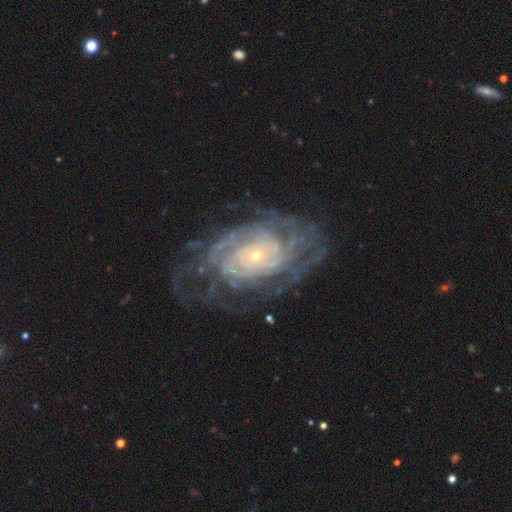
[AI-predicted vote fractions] This appears to be a featured or disk galaxy (89%) with no bar (79%), tight (76%) spiral arms (96%) and a small central bulge (75%). Merging: none (67%).